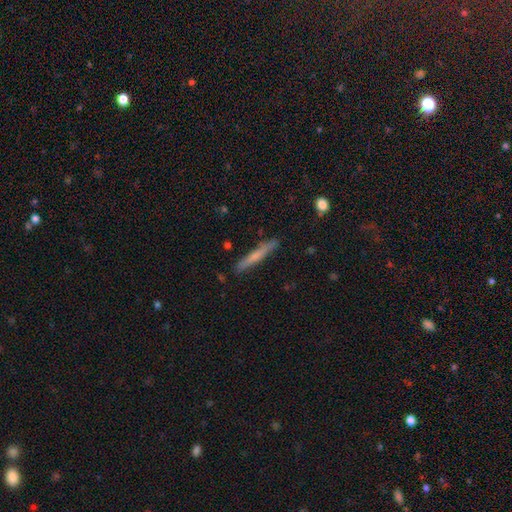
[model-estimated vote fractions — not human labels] Overall: smooth (55%; featured or disk 39%). How rounded: cigar-shaped (96%). Merging: none (88%).